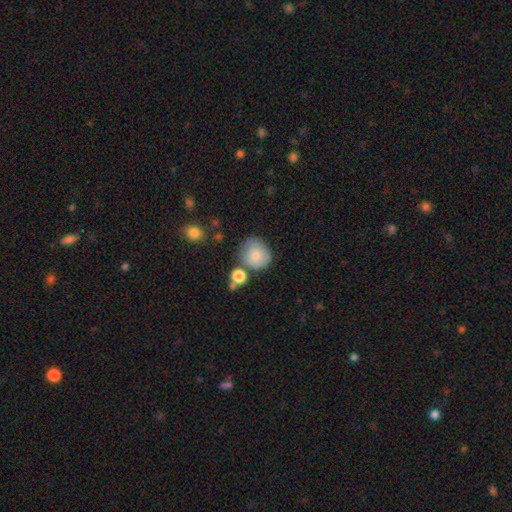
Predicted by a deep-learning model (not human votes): This is clearly a smooth galaxy (81%). How rounded: clearly round (83%). Merging: likely none (64%).